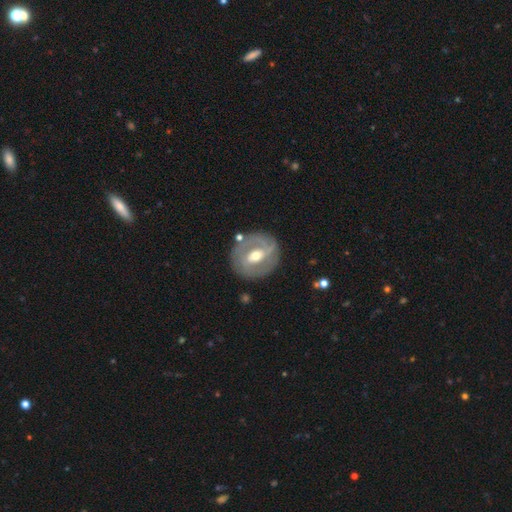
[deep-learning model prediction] Smooth or featured? featured or disk (75%)
Edge-on disk? no (96%)
Bar? weak (45%)
Spiral arms? yes (73%)
Spiral winding? tight (53%)
Spiral arm count? 2 (64%)
Bulge size? moderate (72%)
Merging? none (80%)